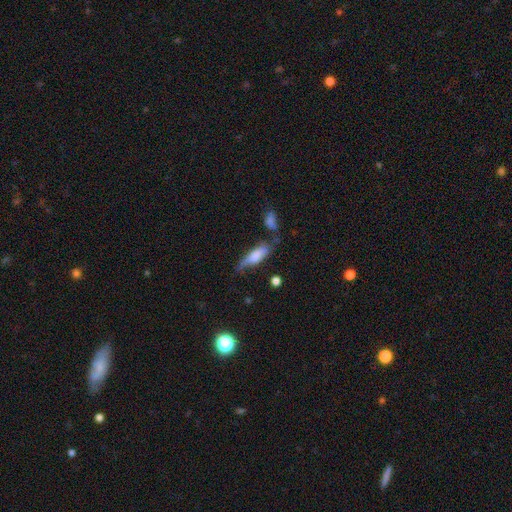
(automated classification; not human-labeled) smooth-or-featured: smooth: 67% | featured or disk: 26% | star or artifact: 7%
  how-rounded: in between: 55% | cigar-shaped: 43% | round: 3%
  merging: none: 39% | minor disturbance: 32% | major disturbance: 16% | merger: 14%